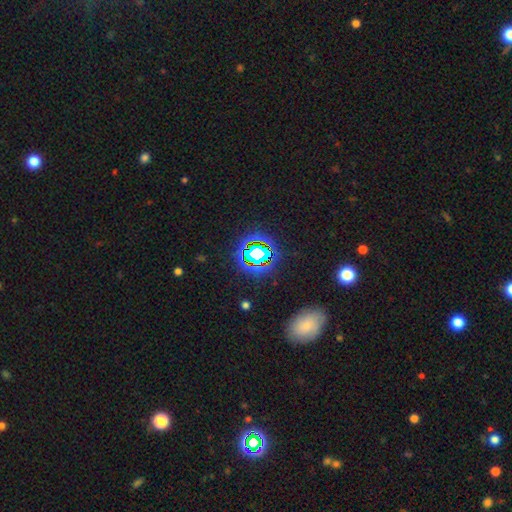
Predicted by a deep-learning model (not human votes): Smooth or featured: star or artifact — 73% (smooth — 16%)